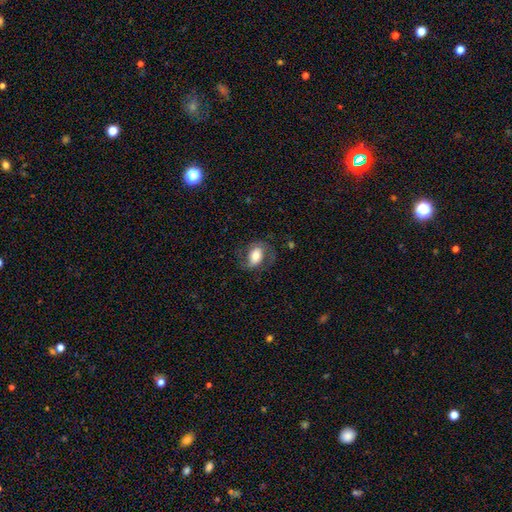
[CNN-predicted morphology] smooth 56%, featured or disk 36%, star or artifact 8%. Down the decision tree: how rounded — in between (81%); merging — none (66%).